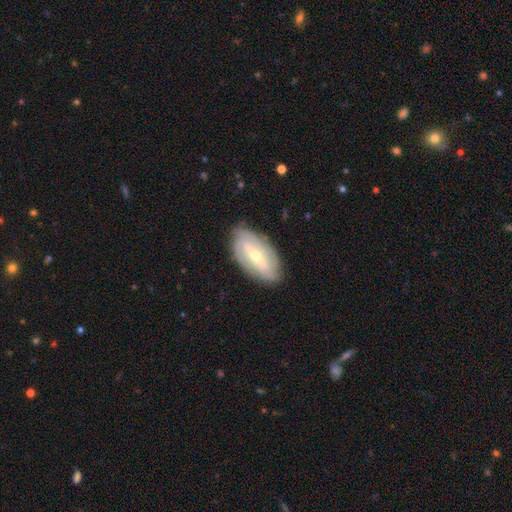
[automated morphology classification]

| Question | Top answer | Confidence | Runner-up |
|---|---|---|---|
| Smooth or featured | featured or disk | 74% | smooth (20%) |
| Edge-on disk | no | 92% | yes (8%) |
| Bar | weak | 42% | no (33%) |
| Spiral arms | yes | 86% | no (14%) |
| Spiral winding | tight | 67% | medium (25%) |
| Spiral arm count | can't tell | 41% | 2 (30%) |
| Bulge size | moderate | 50% | small (47%) |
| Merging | none | 81% | minor disturbance (14%) |